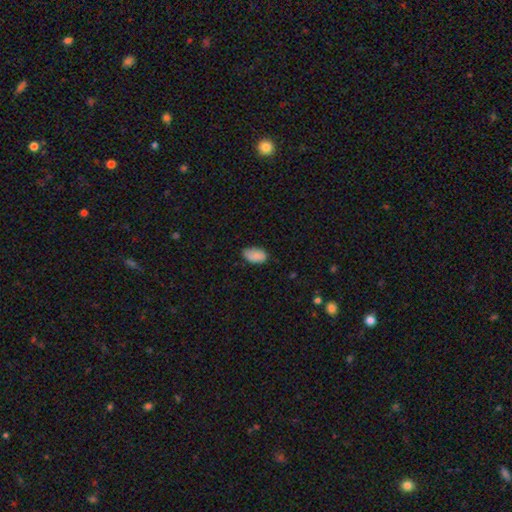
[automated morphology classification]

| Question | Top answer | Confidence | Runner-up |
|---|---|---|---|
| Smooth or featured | smooth | 86% | star or artifact (7%) |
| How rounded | in between | 94% | round (5%) |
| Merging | none | 70% | minor disturbance (25%) |